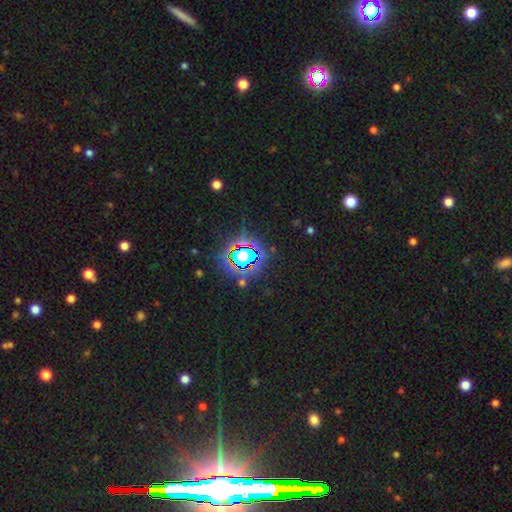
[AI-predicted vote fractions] Morphology: type=star or artifact (79%).